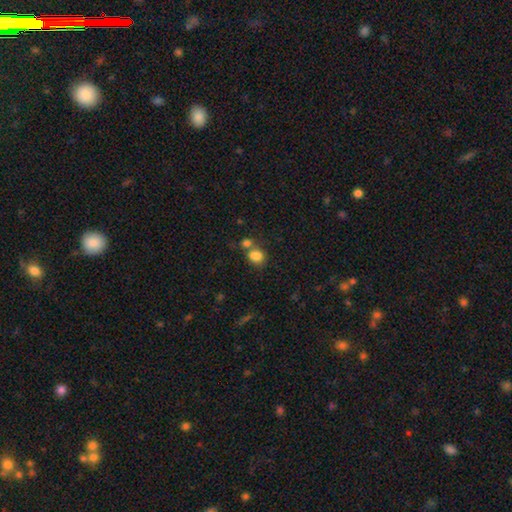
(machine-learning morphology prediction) A smooth galaxy with no disk features (82%) that is in between round and cigar-shaped (49%, tied with round).

Vote fractions:
- Smooth or featured? smooth: 82% / star or artifact: 11% / featured or disk: 7%
- How rounded? in between: 49% (tied) / round: 49% (tied) / cigar-shaped: 1%
- Merging? none: 45% / merger: 38% / minor disturbance: 12% / major disturbance: 5%